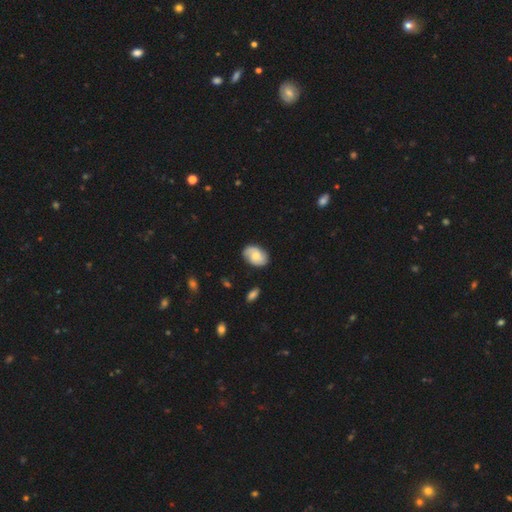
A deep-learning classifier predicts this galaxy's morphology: Q: Smooth or featured?
A: smooth (48%); runner-up: featured or disk (45%)
Q: Merging?
A: none (77%); runner-up: minor disturbance (17%)